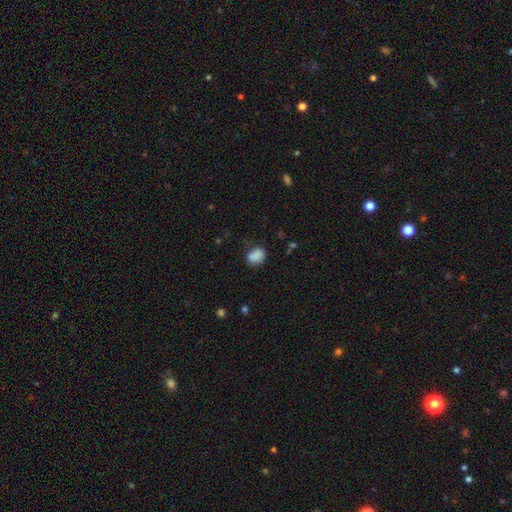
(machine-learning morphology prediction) smooth-or-featured: smooth: 83% | star or artifact: 9% | featured or disk: 8%
  how-rounded: in between: 59% | round: 39% | cigar-shaped: 1%
  merging: none: 69% | minor disturbance: 21% | major disturbance: 6% | merger: 4%